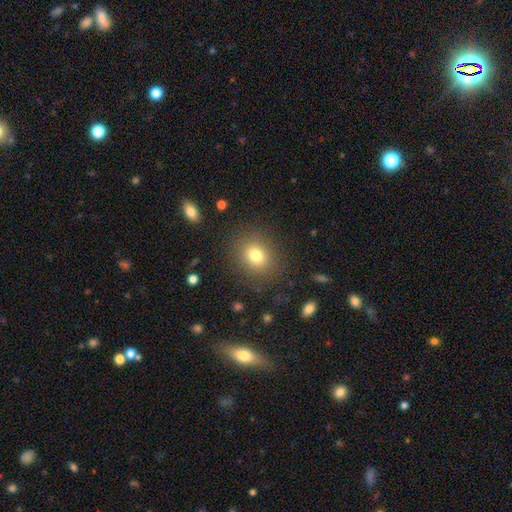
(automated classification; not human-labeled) Smooth or featured? Predicted: smooth (p=0.77). How rounded? Predicted: round (p=0.65). Merging? Predicted: none (p=0.84).